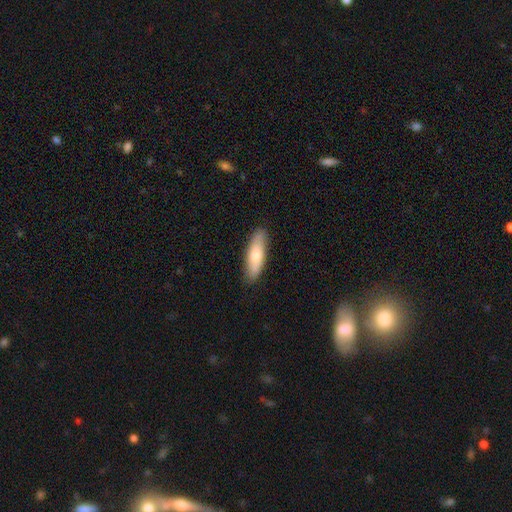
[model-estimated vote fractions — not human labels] This appears to be a smooth galaxy with no disk features (74%) that is cigar-shaped (51%). Merging: none (85%).